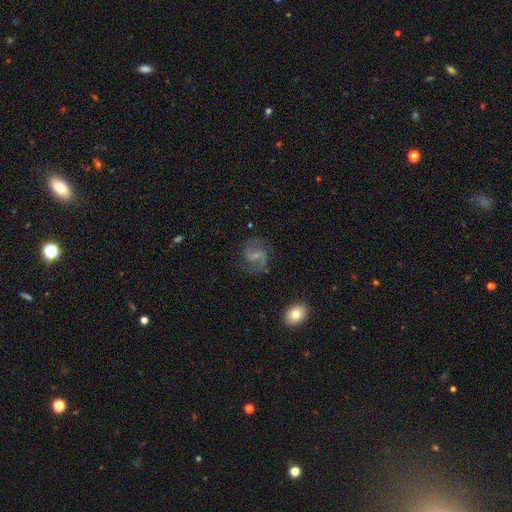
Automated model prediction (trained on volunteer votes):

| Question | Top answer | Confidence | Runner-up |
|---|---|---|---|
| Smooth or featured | featured or disk | 86% | smooth (8%) |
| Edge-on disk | no | 98% | yes (2%) |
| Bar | weak | 52% | strong (28%) |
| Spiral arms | yes | 96% | no (4%) |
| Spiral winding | medium | 50% | loose (41%) |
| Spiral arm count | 2 | 93% | can't tell (2%) |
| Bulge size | small | 47% | none (36%) |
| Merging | none | 79% | minor disturbance (13%) |